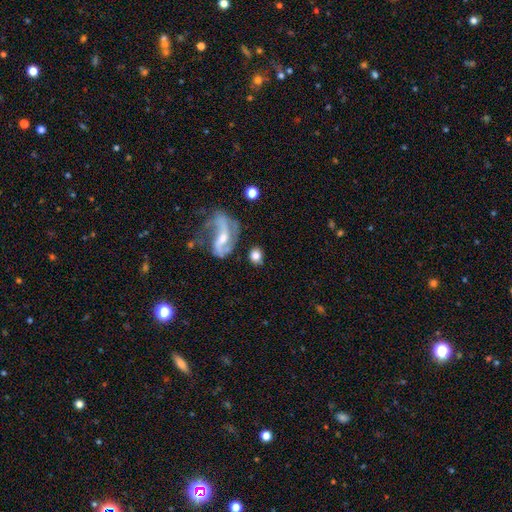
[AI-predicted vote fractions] Q: Smooth or featured?
A: smooth (67%); runner-up: featured or disk (24%)
Q: How rounded?
A: round (59%); runner-up: in between (38%)
Q: Merging?
A: none (67%); runner-up: minor disturbance (14%)